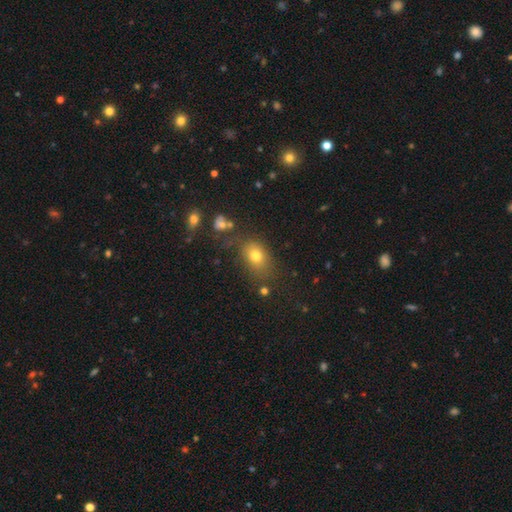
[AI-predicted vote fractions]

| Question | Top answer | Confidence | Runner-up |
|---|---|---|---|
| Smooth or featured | smooth | 74% | star or artifact (15%) |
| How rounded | in between | 70% | round (28%) |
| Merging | none | 69% | minor disturbance (18%) |